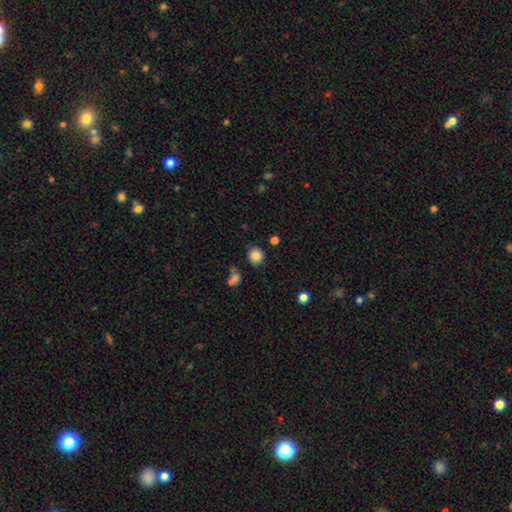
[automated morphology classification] smooth_or_featured: smooth (p=0.83) [alt: star or artifact p=0.11]
how_rounded: round (p=0.89) [alt: in between p=0.10]
merging: none (p=0.84) [alt: minor disturbance p=0.09]